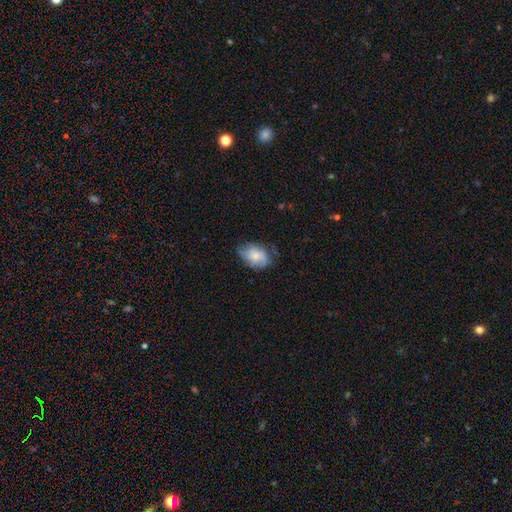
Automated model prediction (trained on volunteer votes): This appears to be a smooth galaxy with no disk features (67%) that is in between round and cigar-shaped (81%). Merging: none (56%).